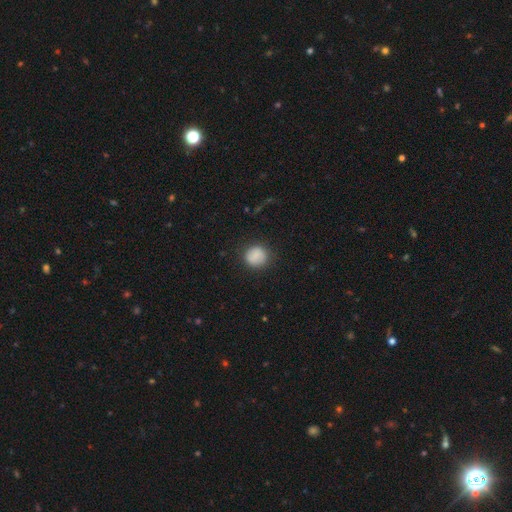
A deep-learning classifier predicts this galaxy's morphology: Smooth or featured: smooth — 84% (star or artifact — 8%)
How rounded: round — 85% (in between — 14%)
Merging: none — 83% (minor disturbance — 12%)